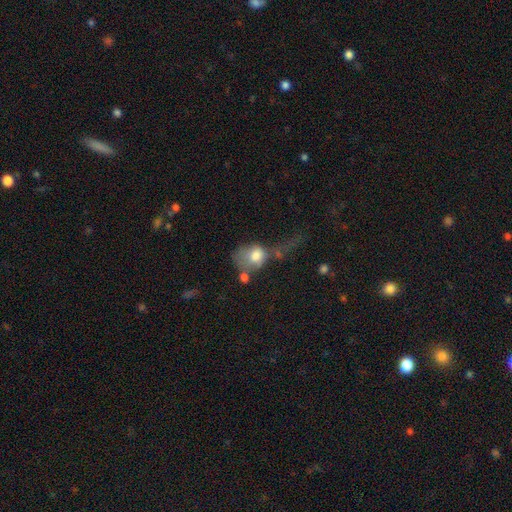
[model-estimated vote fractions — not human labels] Smooth or featured?
  - smooth: 70% *
  - featured or disk: 21%
  - star or artifact: 9%
How rounded?
  - in between: 50% *
  - round: 48%
  - cigar-shaped: 2%
Merging?
  - major disturbance: 47% *
  - merger: 20%
  - none: 16%
  - minor disturbance: 16%